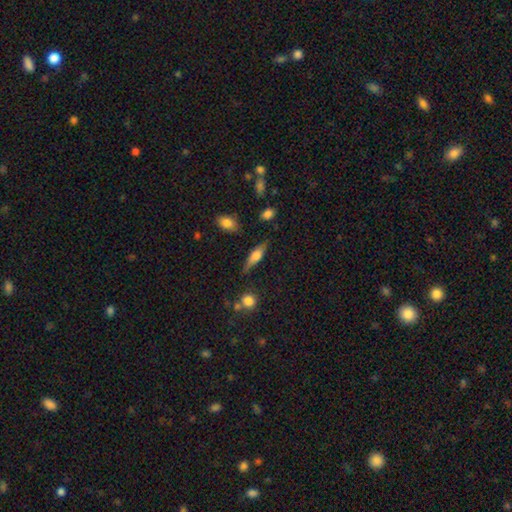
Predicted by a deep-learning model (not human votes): smooth 56%, featured or disk 37%, star or artifact 8%. Down the decision tree: how rounded — cigar-shaped (52%); merging — none (70%).